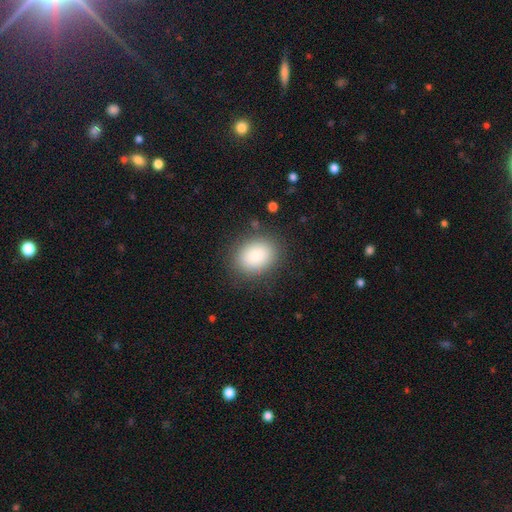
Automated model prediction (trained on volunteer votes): Smooth or featured?
  - smooth: 87% *
  - star or artifact: 8%
  - featured or disk: 5%
How rounded?
  - in between: 61% *
  - round: 38%
  - cigar-shaped: 1%
Merging?
  - none: 84% *
  - minor disturbance: 10%
  - major disturbance: 4%
  - merger: 1%